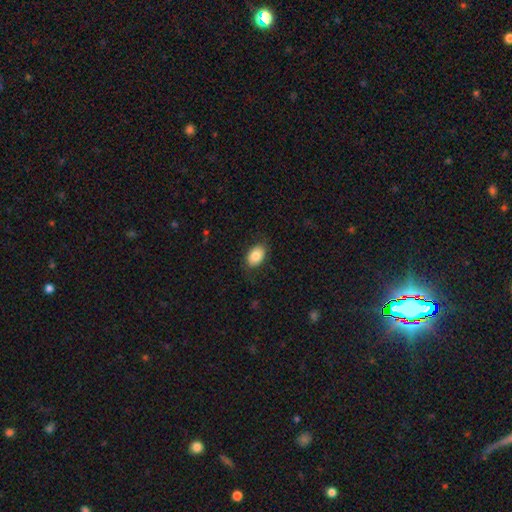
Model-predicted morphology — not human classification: Overall: smooth (83%). How rounded: in between (86%). Merging: none (81%).